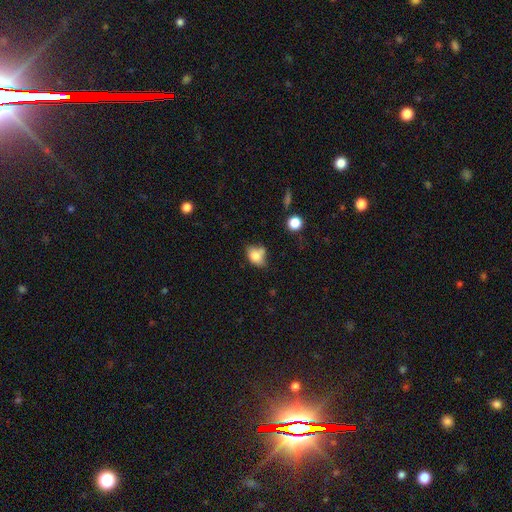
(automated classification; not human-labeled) The model was most divided on "merging": none: 42%, minor disturbance: 31%, merger: 16%, major disturbance: 10%. More confident: smooth or featured — smooth (75%); how rounded — in between (64%).